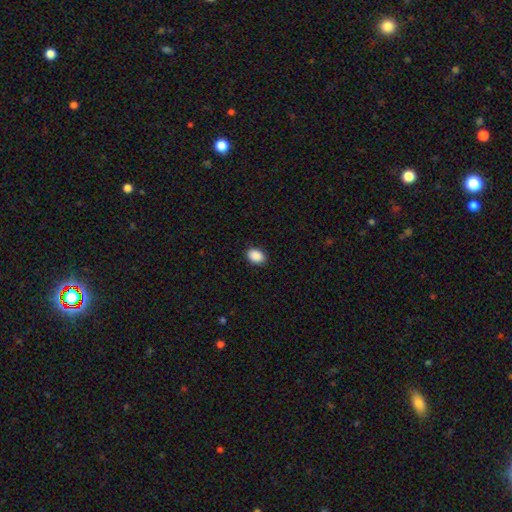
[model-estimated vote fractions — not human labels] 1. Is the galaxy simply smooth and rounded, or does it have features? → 90% smooth, 8% star or artifact, 2% featured or disk.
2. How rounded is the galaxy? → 77% in between, 22% round, 1% cigar-shaped.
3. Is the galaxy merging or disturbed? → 89% none, 8% minor disturbance, 2% major disturbance, 1% merger.